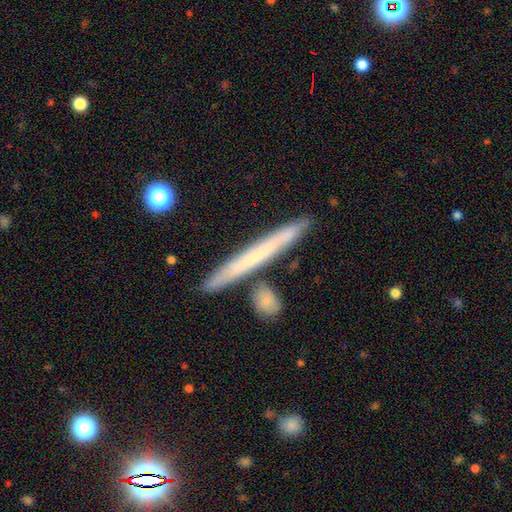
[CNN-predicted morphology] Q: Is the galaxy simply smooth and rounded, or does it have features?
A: smooth — 50%.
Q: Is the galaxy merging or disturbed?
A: none — 84%.